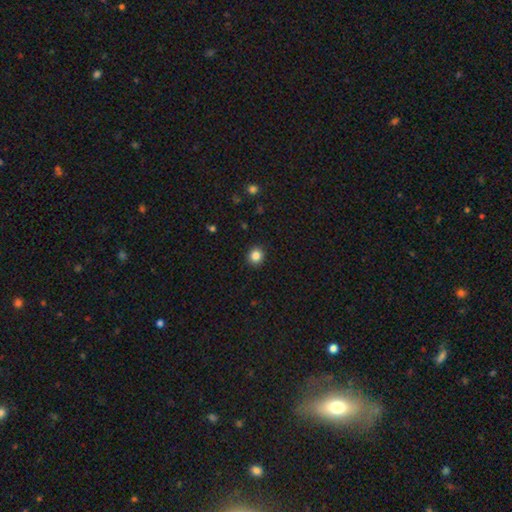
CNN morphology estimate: smooth-or-featured: smooth: 85% | star or artifact: 11% | featured or disk: 4%
  how-rounded: round: 89% | in between: 10% | cigar-shaped: 1%
  merging: none: 92% | minor disturbance: 5% | major disturbance: 2% | merger: 1%